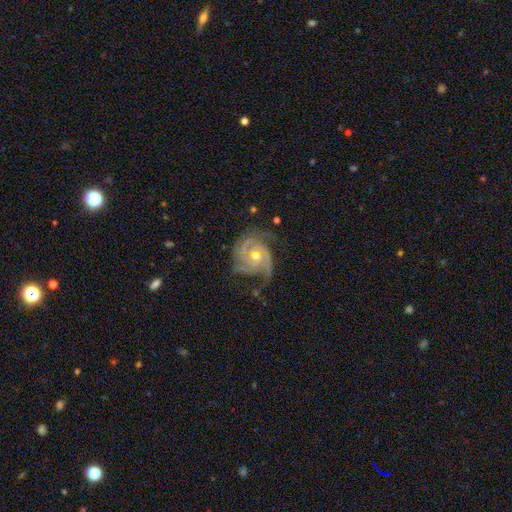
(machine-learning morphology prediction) smooth_or_featured: featured or disk (p=0.91) [alt: star or artifact p=0.05]
disk_edge_on: no (p=0.98) [alt: yes p=0.02]
bar: no (p=0.67) [alt: weak p=0.26]
has_spiral_arms: yes (p=0.98) [alt: no p=0.02]
spiral_winding: tight (p=0.64) [alt: medium p=0.30]
spiral_arm_count: 3 (p=0.47) [alt: 2 p=0.15]
bulge_size: moderate (p=0.62) [alt: small p=0.35]
merging: none (p=0.65) [alt: minor disturbance p=0.22]